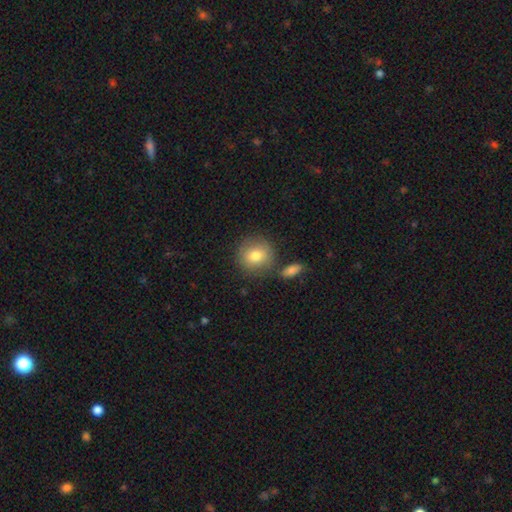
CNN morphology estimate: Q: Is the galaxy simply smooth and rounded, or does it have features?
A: smooth — 79%.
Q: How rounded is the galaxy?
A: round — 87%.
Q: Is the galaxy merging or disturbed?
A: none — 76%.